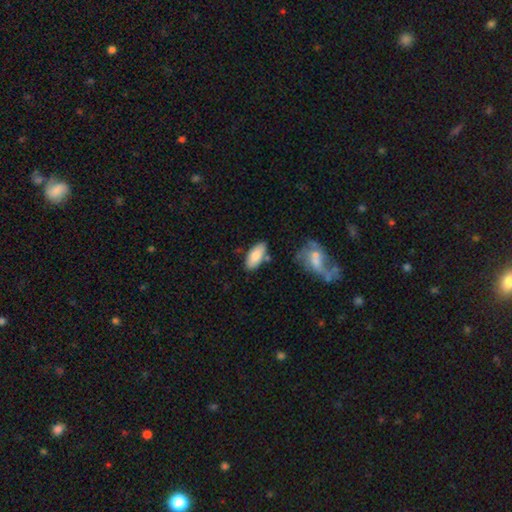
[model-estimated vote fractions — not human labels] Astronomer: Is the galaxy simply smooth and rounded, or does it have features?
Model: smooth — 85%.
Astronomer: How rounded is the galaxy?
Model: in between — 89%.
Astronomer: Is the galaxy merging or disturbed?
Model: none — 76%.